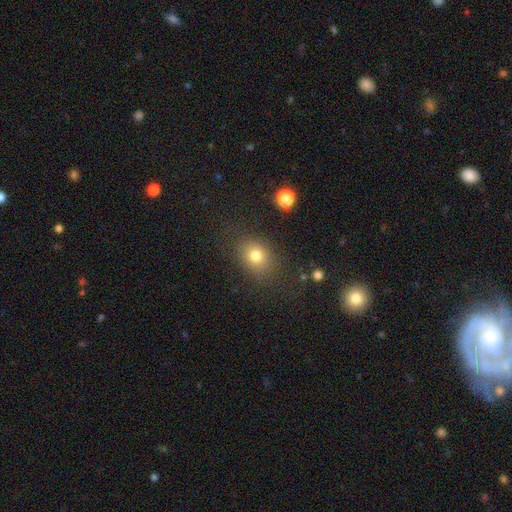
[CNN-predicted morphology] Q: Smooth or featured?
A: smooth (77%); runner-up: star or artifact (13%)
Q: How rounded?
A: in between (53%); runner-up: round (46%)
Q: Merging?
A: none (79%); runner-up: minor disturbance (12%)